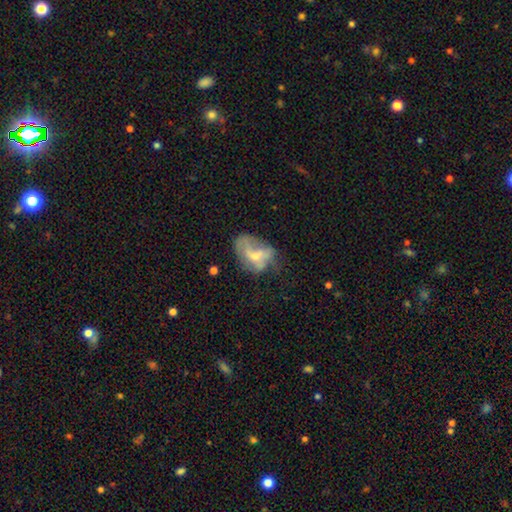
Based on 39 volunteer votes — Q: Smooth or featured?
A: featured or disk (59%); runner-up: smooth (31%)
Q: Edge-on disk?
A: no (91%); runner-up: yes (9%)
Q: Bar?
A: no (71%); runner-up: weak (19%)
Q: Spiral arms?
A: no (57%); runner-up: yes (43%)
Q: Bulge size?
A: moderate (48%); tied with: small (48%)
Q: Merging?
A: minor disturbance (37%); runner-up: none (31%)